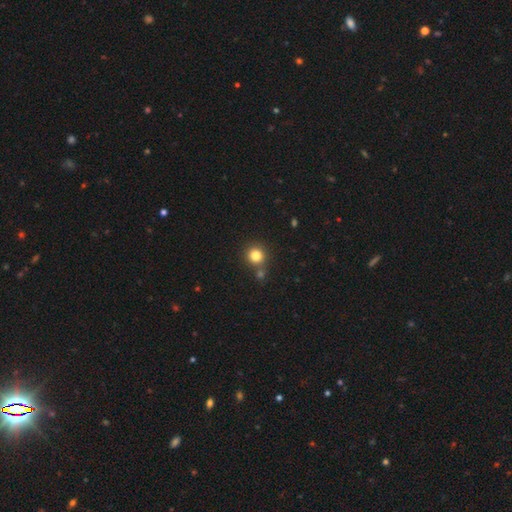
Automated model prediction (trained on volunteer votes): Overall: smooth (81%). How rounded: round (91%). Merging: none (75%).